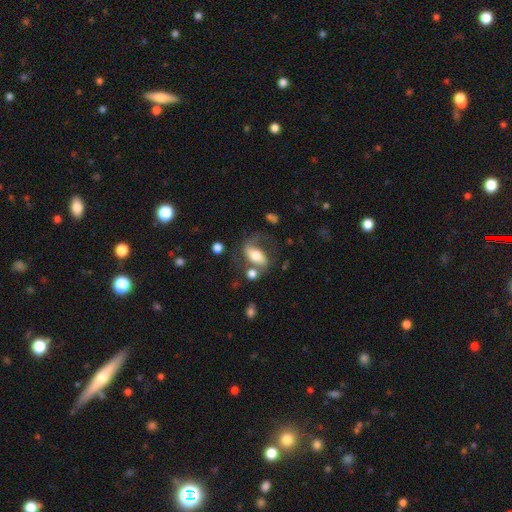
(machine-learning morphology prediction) Smooth or featured? Predicted: featured or disk (p=0.63). Edge-on disk? Predicted: no (p=0.93). Bar? Predicted: strong (p=0.36). Spiral arms? Predicted: yes (p=0.80). Bulge size? Predicted: moderate (p=0.59). Merging? Predicted: none (p=0.43).